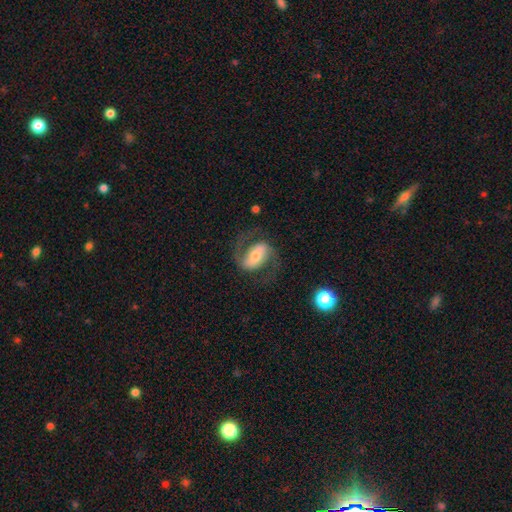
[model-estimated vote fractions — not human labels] Q: Smooth or featured?
A: featured or disk (82%); runner-up: smooth (13%)
Q: Edge-on disk?
A: no (97%); runner-up: yes (3%)
Q: Bar?
A: strong (44%); runner-up: weak (35%)
Q: Spiral arms?
A: yes (94%); runner-up: no (6%)
Q: Spiral winding?
A: medium (52%); runner-up: loose (34%)
Q: Spiral arm count?
A: 2 (91%); runner-up: can't tell (3%)
Q: Bulge size?
A: moderate (50%); runner-up: small (37%)
Q: Merging?
A: none (72%); runner-up: minor disturbance (14%)